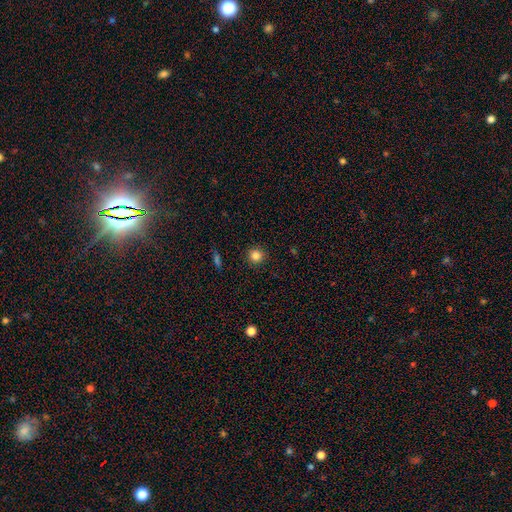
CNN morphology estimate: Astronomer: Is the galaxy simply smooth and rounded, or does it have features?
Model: smooth — 84%.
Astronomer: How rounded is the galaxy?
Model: round — 94%.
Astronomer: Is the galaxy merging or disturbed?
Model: none — 91%.